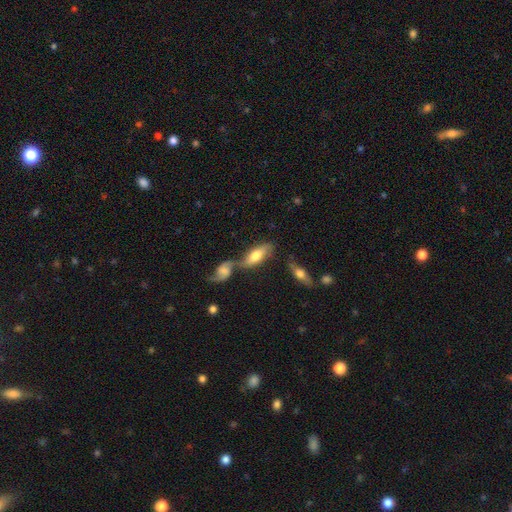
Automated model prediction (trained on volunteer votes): This appears to be a smooth galaxy with no disk features (58%) that is in between round and cigar-shaped (72%). Merging: merger (48%).